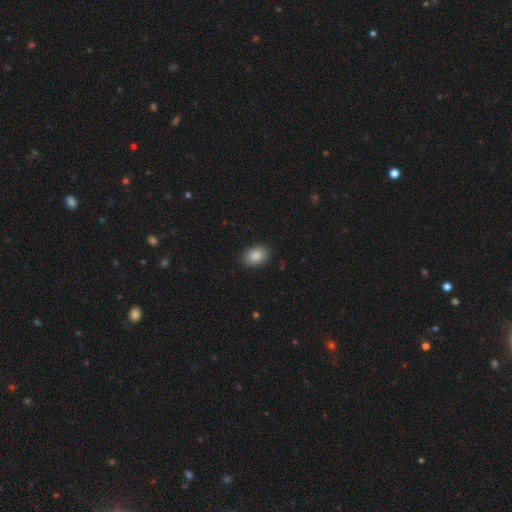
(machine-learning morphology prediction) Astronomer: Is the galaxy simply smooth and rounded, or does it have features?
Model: smooth — 87%.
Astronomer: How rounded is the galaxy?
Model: in between — 76%.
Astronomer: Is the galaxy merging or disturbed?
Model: none — 87%.